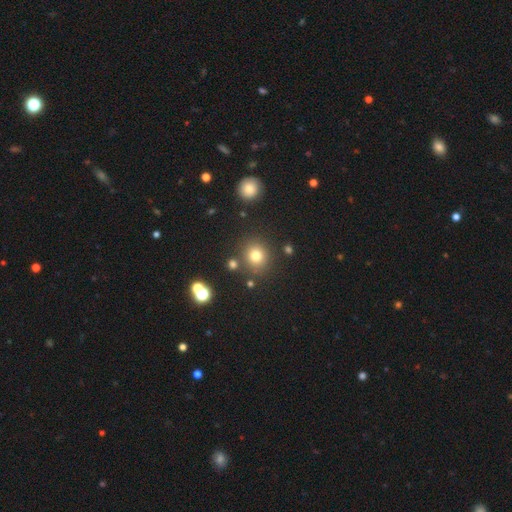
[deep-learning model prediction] smooth 77%, star or artifact 16%, featured or disk 7%. Down the decision tree: how rounded — round (87%); merging — none (82%).